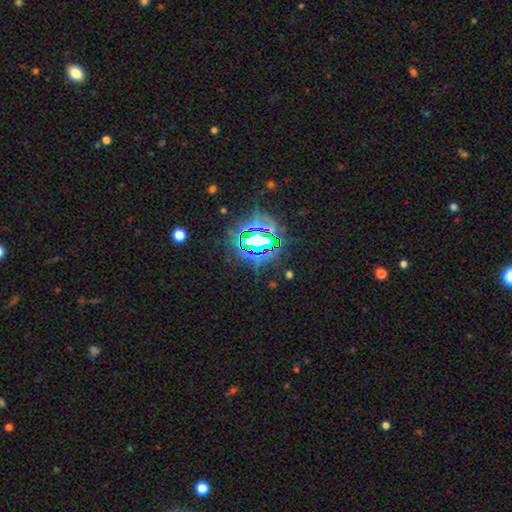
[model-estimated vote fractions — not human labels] Smooth or featured: star or artifact — 82% (smooth — 9%)